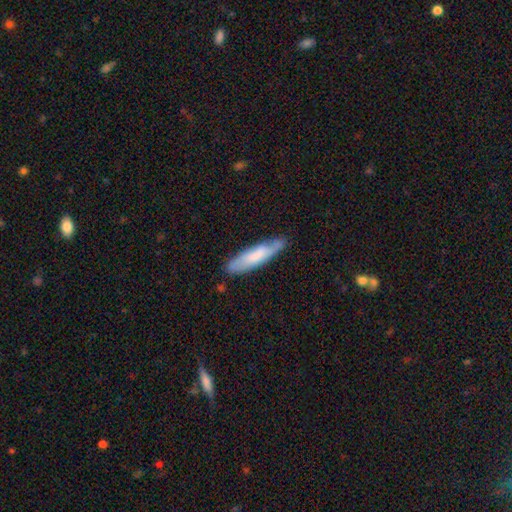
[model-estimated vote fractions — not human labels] This appears to be a smooth galaxy with no disk features (65%) that is cigar-shaped (77%). Merging: none (75%).